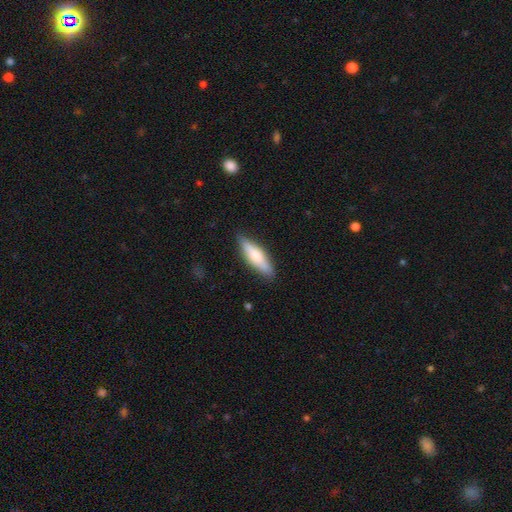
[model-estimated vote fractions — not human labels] Smooth or featured: smooth — 61% (featured or disk — 33%)
How rounded: cigar-shaped — 61% (in between — 37%)
Merging: none — 85% (minor disturbance — 12%)